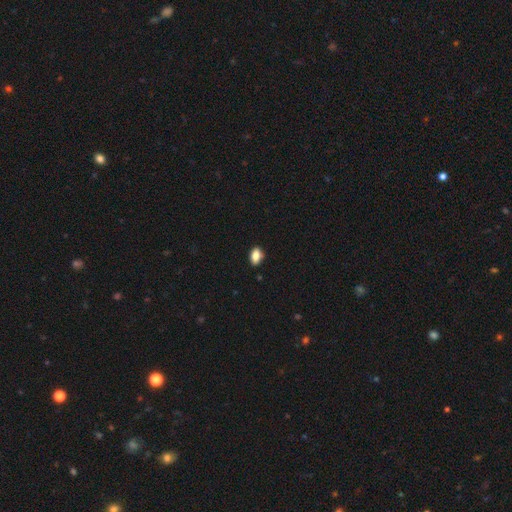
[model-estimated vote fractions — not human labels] smooth_or_featured: smooth (p=0.82) [alt: featured or disk p=0.09]
how_rounded: in between (p=0.85) [alt: round p=0.12]
merging: none (p=0.84) [alt: minor disturbance p=0.13]